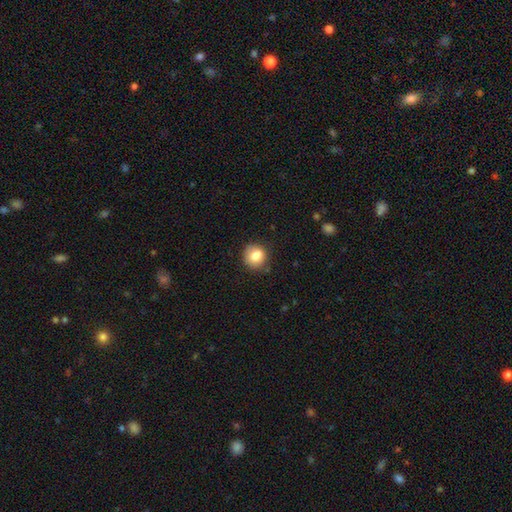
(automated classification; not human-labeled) A smooth galaxy with no disk features (82%) that is round (84%). Merging: none (81%).